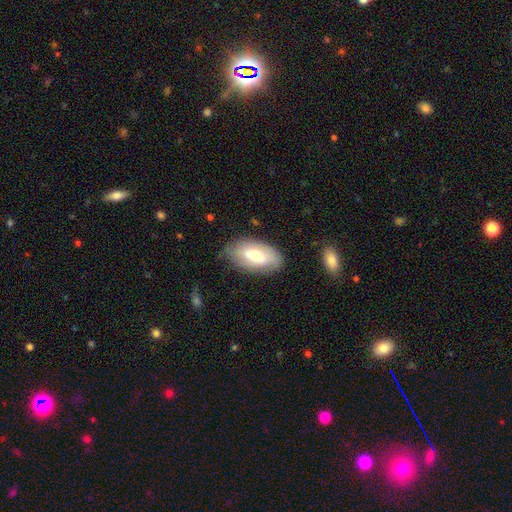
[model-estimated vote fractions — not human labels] Q: Smooth or featured?
A: smooth (59%); runner-up: featured or disk (35%)
Q: How rounded?
A: in between (93%); runner-up: round (4%)
Q: Merging?
A: none (75%); runner-up: minor disturbance (18%)